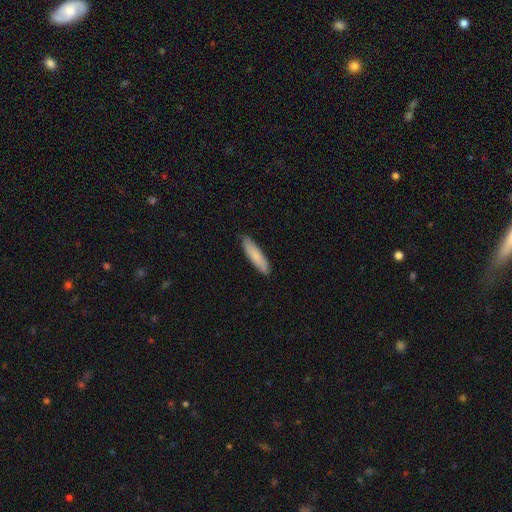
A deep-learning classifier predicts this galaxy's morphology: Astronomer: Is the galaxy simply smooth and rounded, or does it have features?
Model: smooth — 81%.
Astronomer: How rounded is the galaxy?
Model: cigar-shaped — 77%.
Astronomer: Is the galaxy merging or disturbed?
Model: none — 88%.